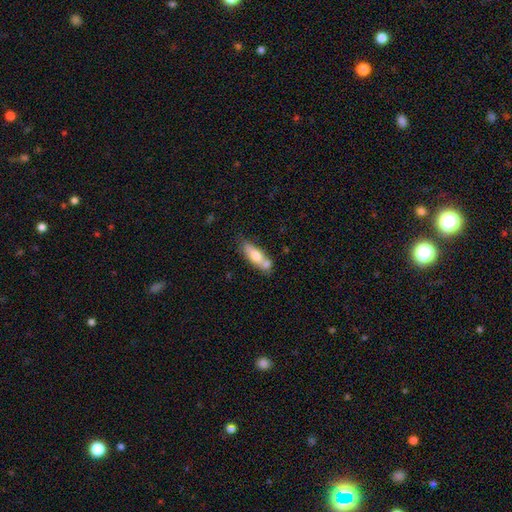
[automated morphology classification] Overall: smooth (66%; featured or disk 28%). How rounded: in between (55%; cigar-shaped 42%). Merging: none (48%; merger 31%).